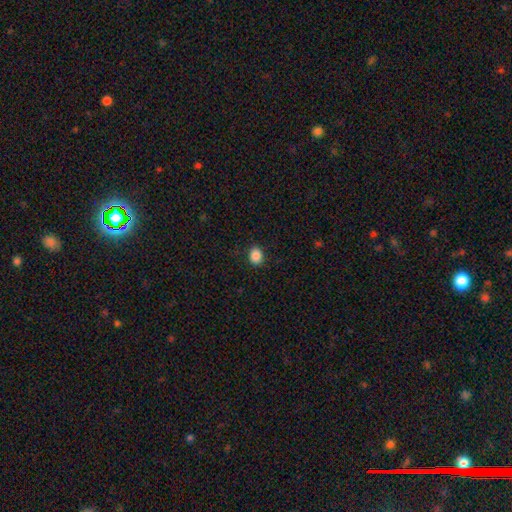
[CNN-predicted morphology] A smooth galaxy with no disk features (87%) that is in between round and cigar-shaped (52%).

Vote fractions:
- Smooth or featured? smooth: 87% / star or artifact: 9% / featured or disk: 3%
- How rounded? in between: 52% / round: 47% / cigar-shaped: 1%
- Merging? none: 89% / minor disturbance: 8% / major disturbance: 2% / merger: 1%